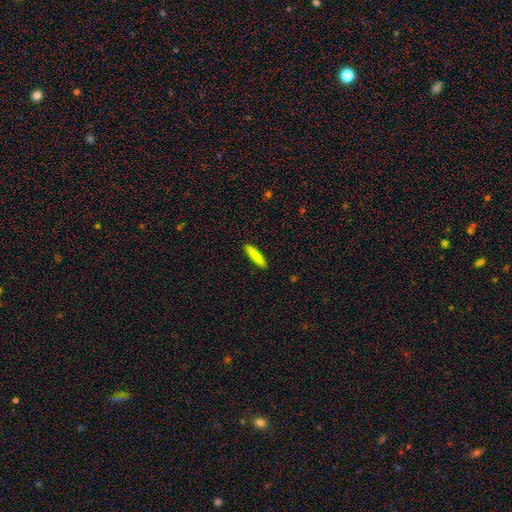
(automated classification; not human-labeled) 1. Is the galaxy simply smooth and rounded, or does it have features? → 85% smooth, 9% featured or disk, 6% star or artifact.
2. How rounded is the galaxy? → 86% cigar-shaped, 12% in between, 1% round.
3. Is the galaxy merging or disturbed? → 91% none, 6% minor disturbance, 1% major disturbance, 1% merger.